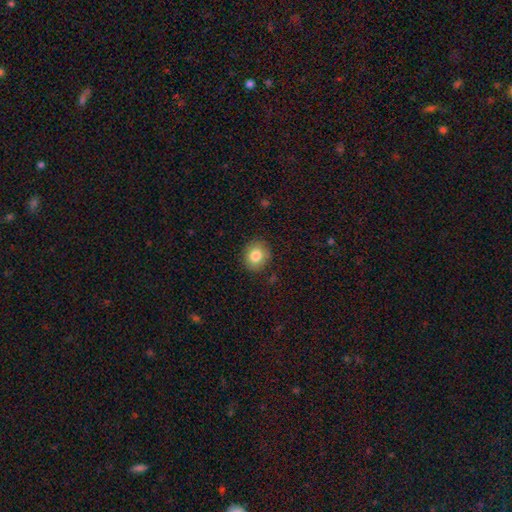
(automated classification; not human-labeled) Smooth or featured? Predicted: smooth (p=0.83). How rounded? Predicted: round (p=0.77). Merging? Predicted: none (p=0.88).